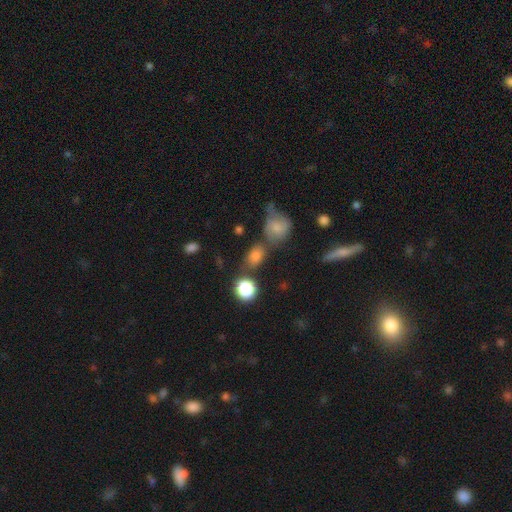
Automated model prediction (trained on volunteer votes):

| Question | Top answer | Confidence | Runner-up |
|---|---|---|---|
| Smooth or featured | smooth | 71% | star or artifact (18%) |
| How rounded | round | 50% | in between (46%) |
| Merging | none | 61% | merger (18%) |